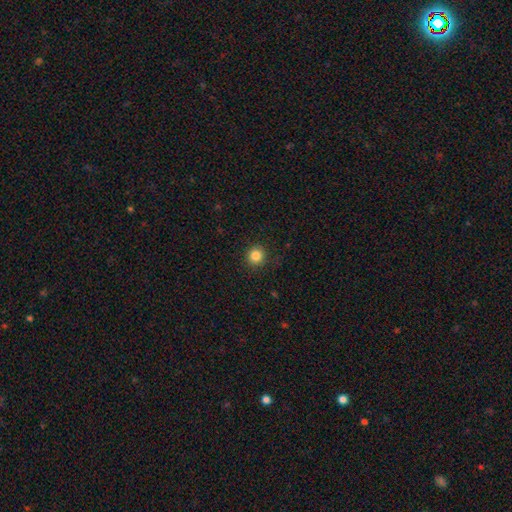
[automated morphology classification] A smooth galaxy with no disk features (84%) that is round (92%).

Vote fractions:
- Smooth or featured? smooth: 84% / star or artifact: 12% / featured or disk: 4%
- How rounded? round: 92% / in between: 7% / cigar-shaped: 1%
- Merging? none: 90% / minor disturbance: 6% / major disturbance: 2% / merger: 1%